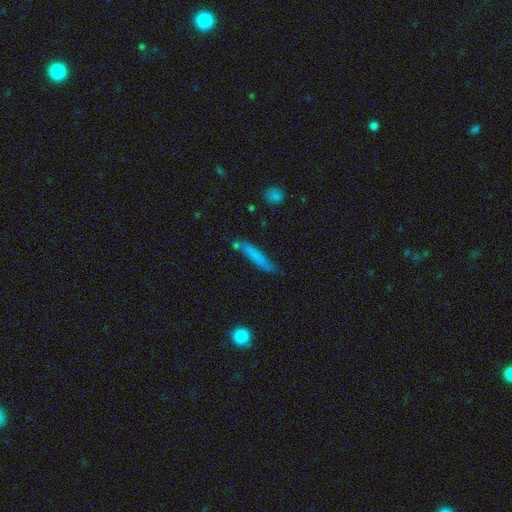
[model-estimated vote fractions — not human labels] Q: Smooth or featured?
A: smooth (72%); runner-up: featured or disk (21%)
Q: How rounded?
A: cigar-shaped (90%); runner-up: in between (8%)
Q: Merging?
A: none (68%); runner-up: minor disturbance (21%)